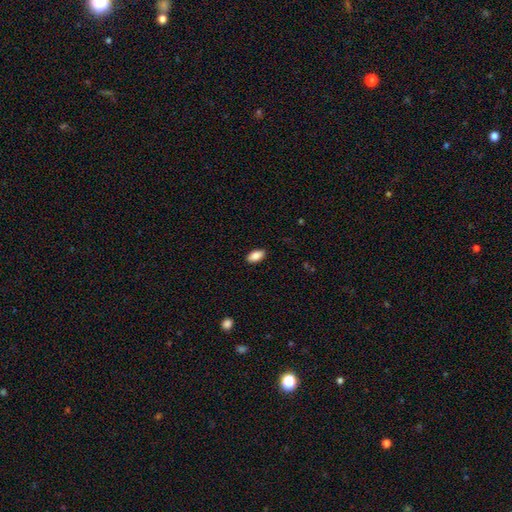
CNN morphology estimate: This is clearly a smooth galaxy (88%). How rounded: clearly in between (92%). Merging: clearly none (89%).